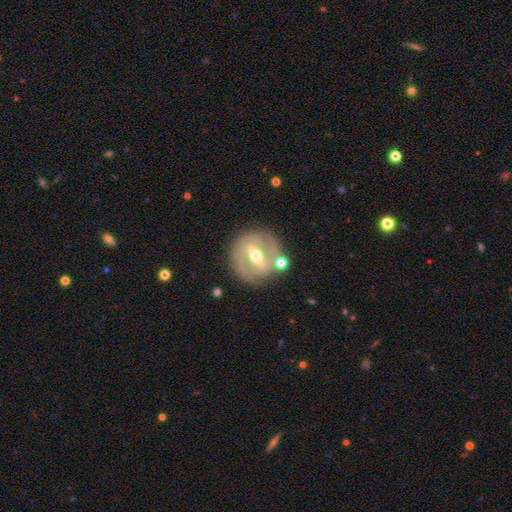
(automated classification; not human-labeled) The model was most divided on "spiral winding": tight: 48%, medium: 37%, loose: 15%. More confident: edge-on disk — no (91%); smooth or featured — featured or disk (79%); merging — none (78%); spiral arms — yes (71%); bulge size — moderate (70%); spiral arm count — 2 (66%); bar — strong (59%).